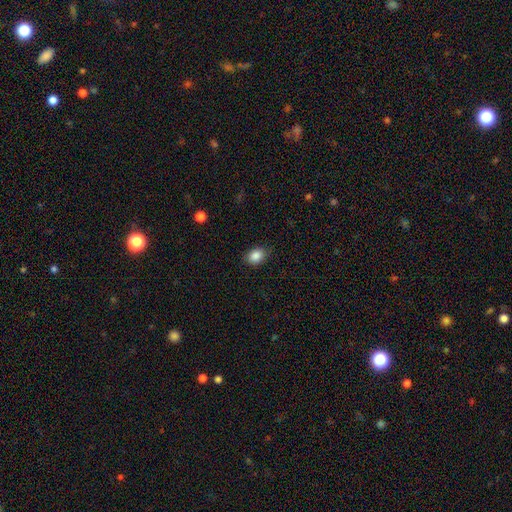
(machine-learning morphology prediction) The model was most divided on "how rounded": in between: 66%, round: 33%, cigar-shaped: 1%. More confident: smooth or featured — smooth (87%); merging — none (86%).